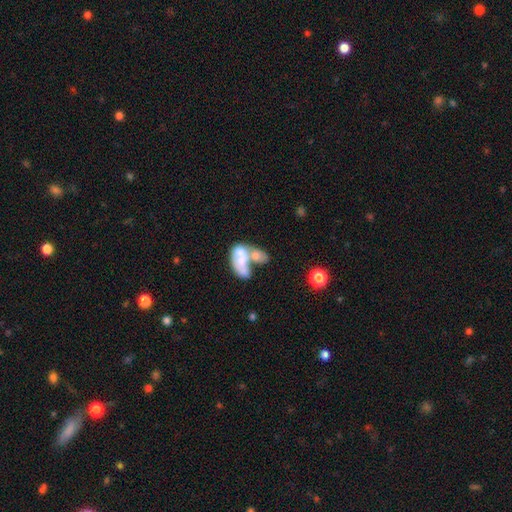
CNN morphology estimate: The model was most divided on "smooth or featured": smooth: 53%, featured or disk: 38%, star or artifact: 9%. More confident: how rounded — in between (87%); merging — merger (74%).